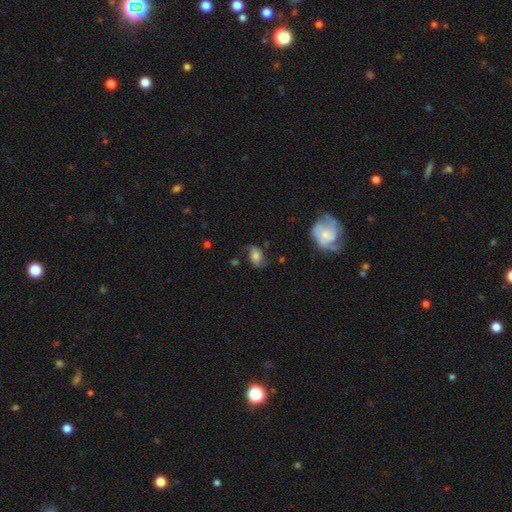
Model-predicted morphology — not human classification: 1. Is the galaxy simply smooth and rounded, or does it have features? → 47% smooth, 43% featured or disk, 10% star or artifact.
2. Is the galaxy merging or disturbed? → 59% none, 25% minor disturbance, 13% major disturbance, 3% merger.